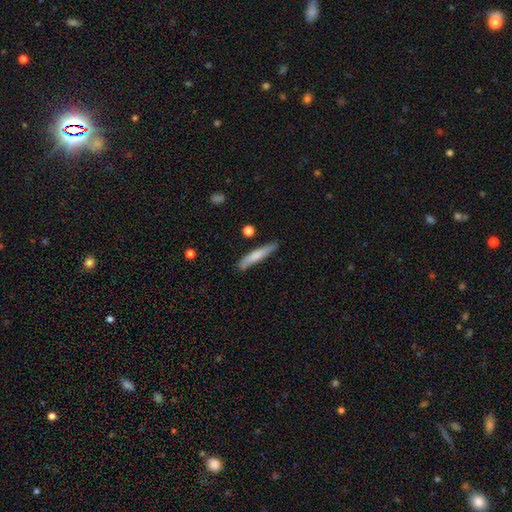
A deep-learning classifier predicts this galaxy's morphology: Smooth or featured? smooth (71%)
How rounded? cigar-shaped (91%)
Merging? none (81%)